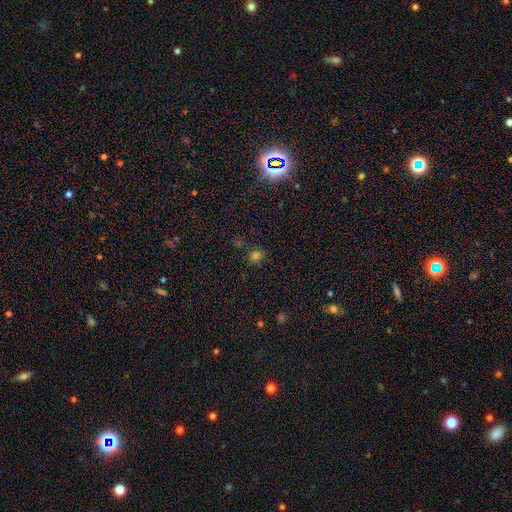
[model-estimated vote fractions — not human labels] Smooth or featured?
  - smooth: 64% *
  - star or artifact: 29%
  - featured or disk: 7%
How rounded?
  - round: 82% *
  - in between: 17%
  - cigar-shaped: 1%
Merging?
  - none: 74% *
  - minor disturbance: 14%
  - merger: 7%
  - major disturbance: 5%